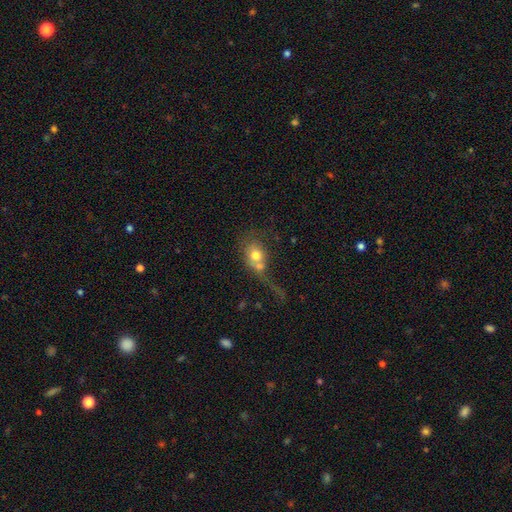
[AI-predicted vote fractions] Smooth or featured? smooth (64%)
How rounded? round (56%)
Merging? merger (58%)